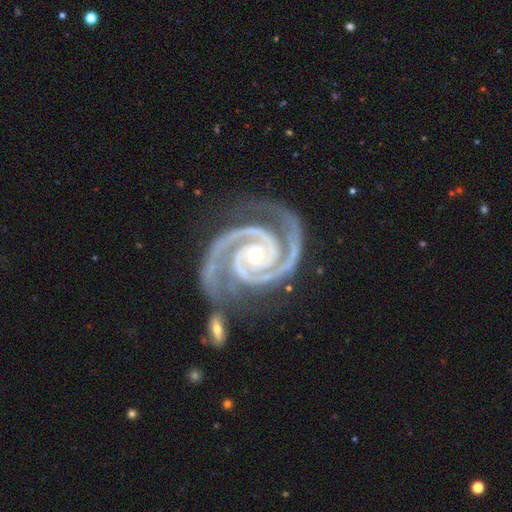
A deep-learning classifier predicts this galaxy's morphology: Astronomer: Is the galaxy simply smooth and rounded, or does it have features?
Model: featured or disk — 95%.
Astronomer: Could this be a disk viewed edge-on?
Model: no — 99%.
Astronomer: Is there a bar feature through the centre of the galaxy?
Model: no — 71%.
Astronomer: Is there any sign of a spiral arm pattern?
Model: yes — 99%.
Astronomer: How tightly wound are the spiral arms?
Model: tight — 77%.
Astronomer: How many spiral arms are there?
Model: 2 — 91%.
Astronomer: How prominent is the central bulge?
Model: small — 81%.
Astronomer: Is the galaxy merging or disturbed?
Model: none — 68%.